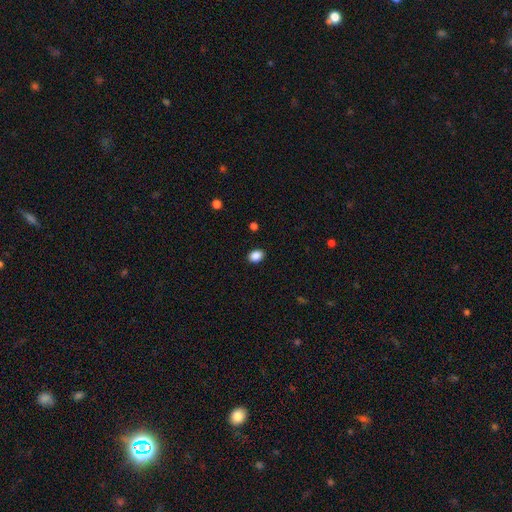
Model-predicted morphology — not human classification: Smooth or featured?
  - smooth: 88% *
  - star or artifact: 9%
  - featured or disk: 3%
How rounded?
  - in between: 63% *
  - round: 36%
  - cigar-shaped: 1%
Merging?
  - none: 89% *
  - minor disturbance: 8%
  - major disturbance: 2%
  - merger: 1%